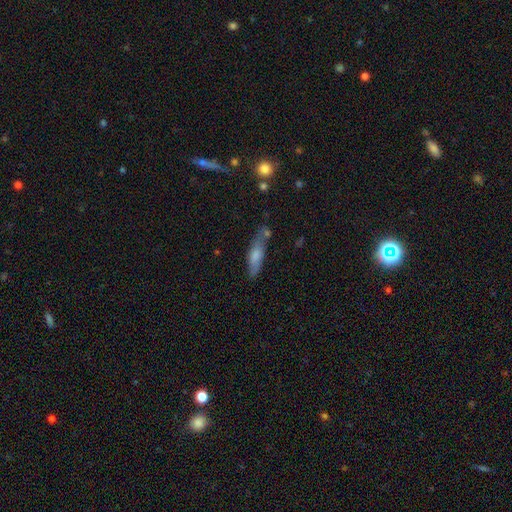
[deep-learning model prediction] Q: Smooth or featured?
A: smooth (68%); runner-up: featured or disk (25%)
Q: How rounded?
A: cigar-shaped (64%); runner-up: in between (34%)
Q: Merging?
A: none (57%); runner-up: minor disturbance (23%)